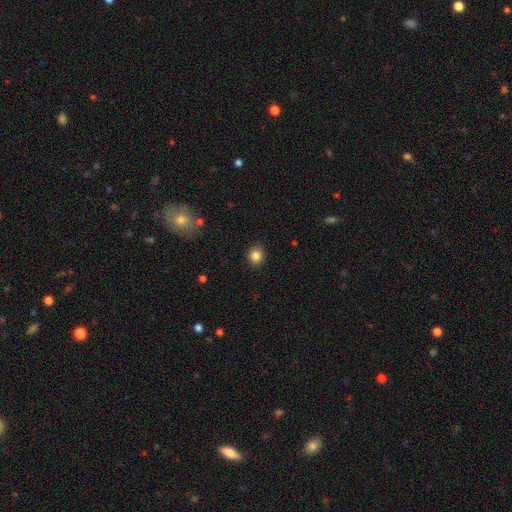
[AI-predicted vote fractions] Q: Smooth or featured?
A: smooth (84%); runner-up: star or artifact (10%)
Q: How rounded?
A: round (78%); runner-up: in between (21%)
Q: Merging?
A: none (90%); runner-up: minor disturbance (7%)